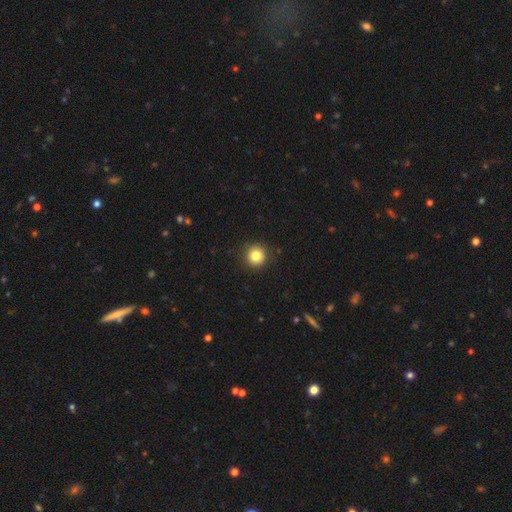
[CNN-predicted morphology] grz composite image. It shows a smooth galaxy with no disk features (83%) that is round (95%). Merging: none (90%).